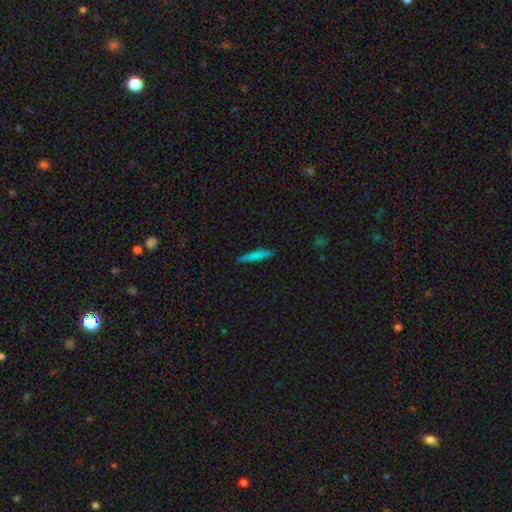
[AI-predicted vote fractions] The model was most divided on "smooth or featured": smooth: 71%, featured or disk: 22%, star or artifact: 7%. More confident: how rounded — cigar-shaped (93%); merging — none (88%).